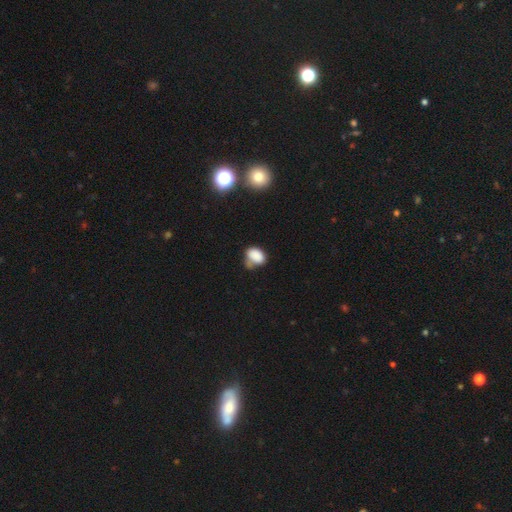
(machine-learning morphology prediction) Smooth or featured?
  - smooth: 83% *
  - star or artifact: 10%
  - featured or disk: 7%
How rounded?
  - in between: 78% *
  - round: 20%
  - cigar-shaped: 1%
Merging?
  - none: 42% *
  - minor disturbance: 28%
  - merger: 19%
  - major disturbance: 11%